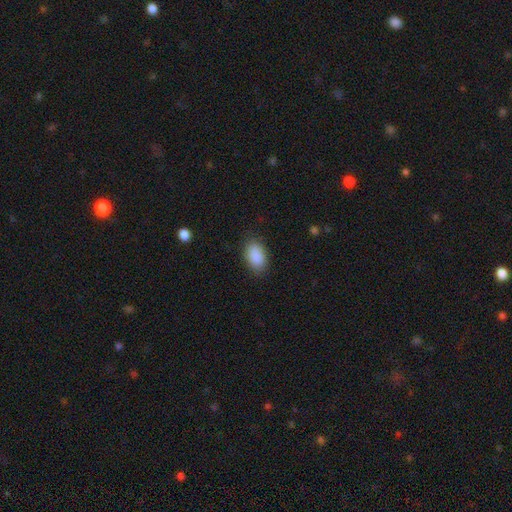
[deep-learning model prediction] This appears to be a smooth galaxy with no disk features (90%) that is in between round and cigar-shaped (91%). Merging: none (85%).